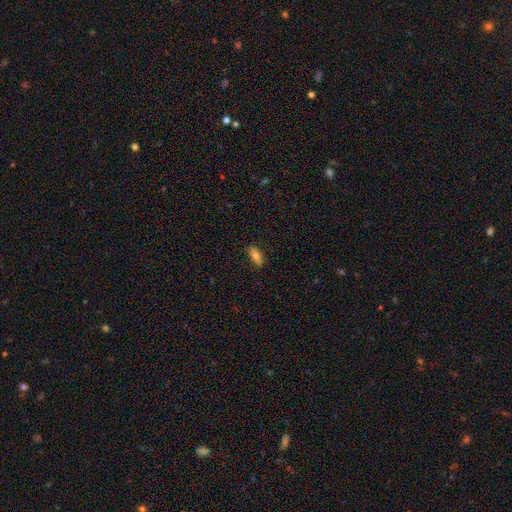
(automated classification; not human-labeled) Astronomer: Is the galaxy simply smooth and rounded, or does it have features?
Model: smooth — 73%.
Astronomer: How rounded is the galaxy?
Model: in between — 76%.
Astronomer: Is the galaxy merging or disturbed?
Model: none — 83%.